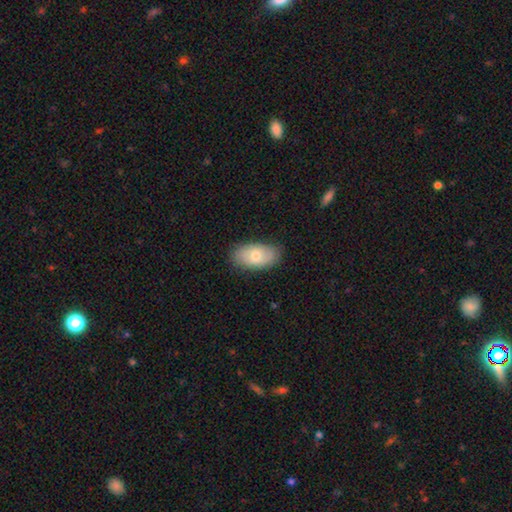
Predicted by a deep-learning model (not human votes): smooth-or-featured: smooth: 69% | featured or disk: 25% | star or artifact: 6%
  how-rounded: in between: 93% | round: 4% | cigar-shaped: 3%
  merging: none: 83% | minor disturbance: 13% | major disturbance: 2% | merger: 1%